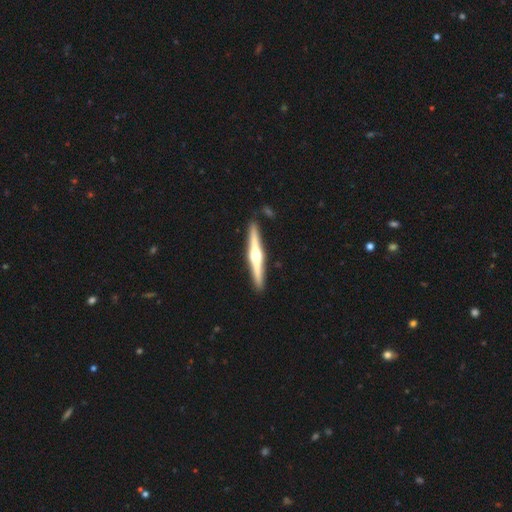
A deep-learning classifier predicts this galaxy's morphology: featured or disk 78%, smooth 18%, star or artifact 4%. Down the decision tree: edge-on disk — yes (98%); edge-on bulge — rounded (95%); merging — none (91%).